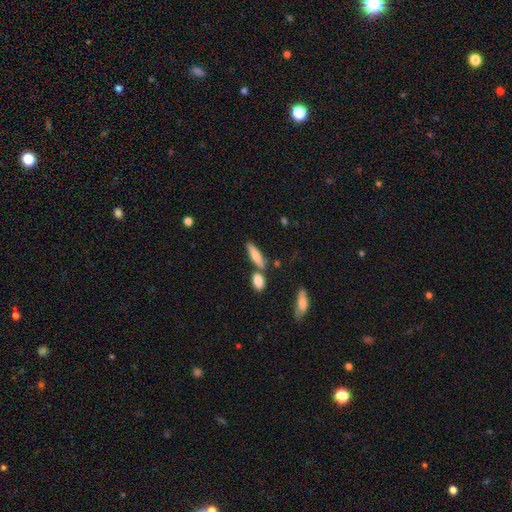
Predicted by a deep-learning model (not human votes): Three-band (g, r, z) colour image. It shows a smooth galaxy with no disk features (69%) that is cigar-shaped (64%). Merging: none (66%).